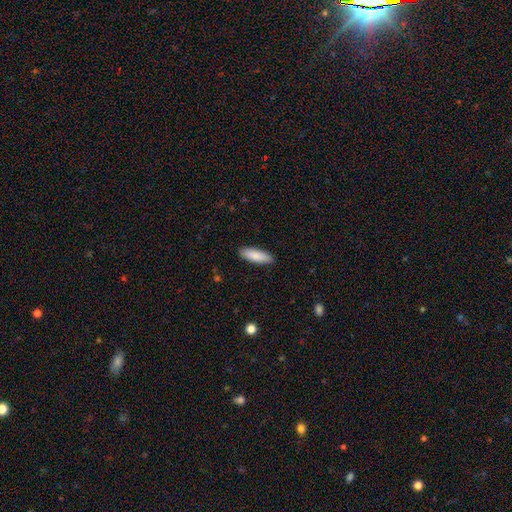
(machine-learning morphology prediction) type=smooth (87%); roundness=in between (54%); merging=none (89%).